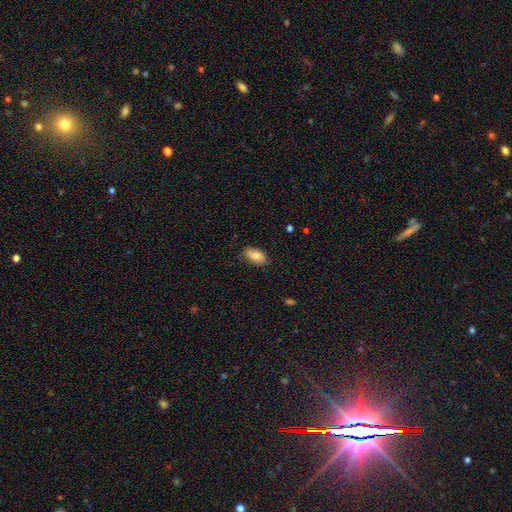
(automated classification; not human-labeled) This is clearly a smooth galaxy (80%). How rounded: clearly in between (92%). Merging: clearly none (81%).